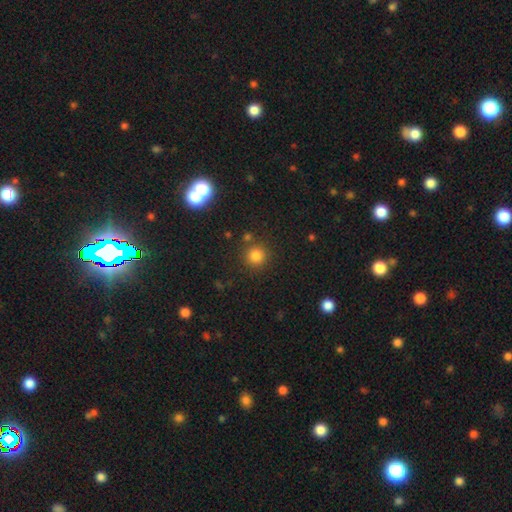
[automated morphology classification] The model was most divided on "smooth or featured": smooth: 81%, star or artifact: 14%, featured or disk: 5%. More confident: how rounded — round (93%); merging — none (83%).